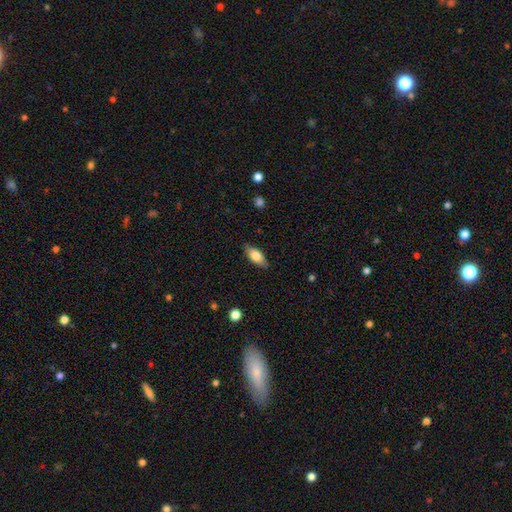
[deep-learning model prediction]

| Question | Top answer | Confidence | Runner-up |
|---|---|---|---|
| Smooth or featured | smooth | 76% | featured or disk (18%) |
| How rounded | in between | 85% | cigar-shaped (11%) |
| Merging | none | 83% | minor disturbance (13%) |